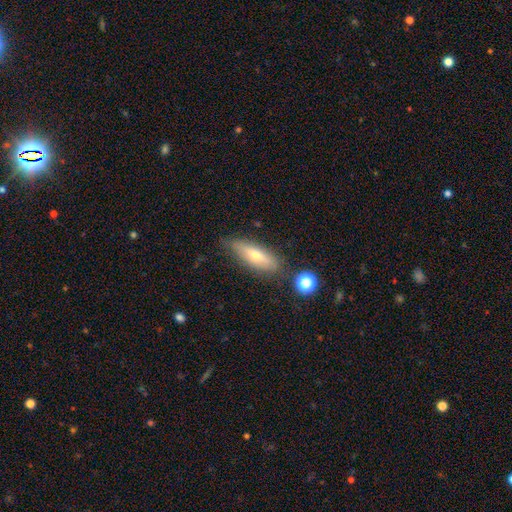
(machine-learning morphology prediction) The model was most divided on "how rounded": cigar-shaped: 49%, in between: 48%, round: 3%. More confident: merging — none (74%); smooth or featured — smooth (51%).